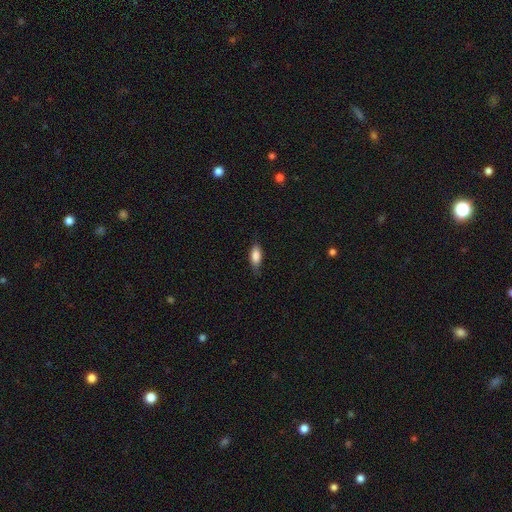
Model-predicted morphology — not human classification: smooth-or-featured: smooth: 81% | featured or disk: 12% | star or artifact: 7%
  how-rounded: in between: 76% | cigar-shaped: 21% | round: 3%
  merging: none: 76% | minor disturbance: 19% | major disturbance: 4% | merger: 1%